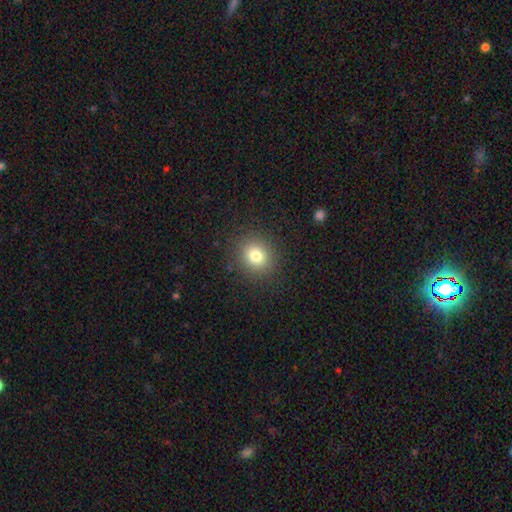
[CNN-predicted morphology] The model was most divided on "how rounded": round: 82%, in between: 17%, cigar-shaped: 1%. More confident: merging — none (89%); smooth or featured — smooth (78%).